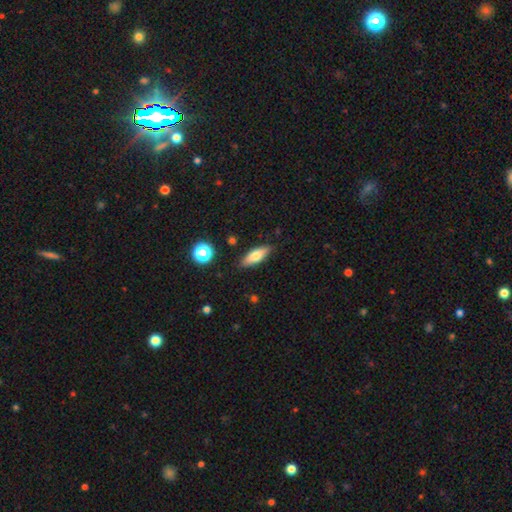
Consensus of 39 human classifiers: Morphology: type=smooth (59%); roundness=cigar-shaped (52%); merging=none (90%).